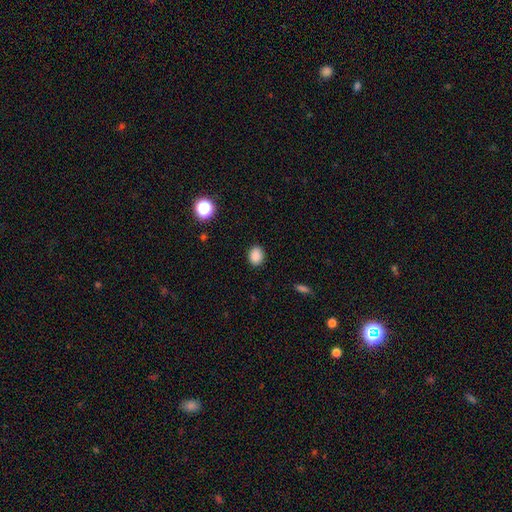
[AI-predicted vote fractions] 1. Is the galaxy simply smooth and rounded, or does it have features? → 87% smooth, 10% star or artifact, 3% featured or disk.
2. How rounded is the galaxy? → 55% in between, 44% round, 1% cigar-shaped.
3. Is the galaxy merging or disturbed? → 88% none, 8% minor disturbance, 2% major disturbance, 1% merger.